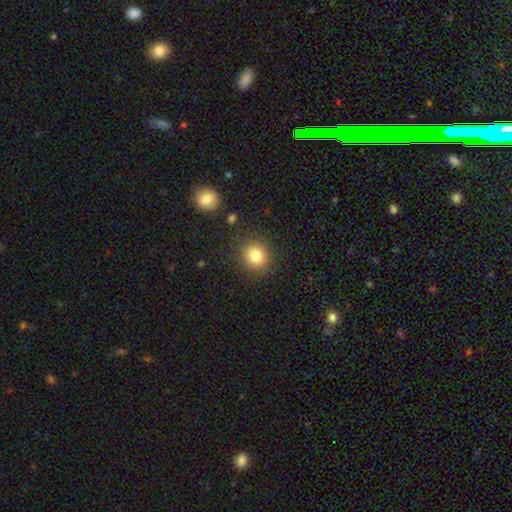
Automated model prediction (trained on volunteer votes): A smooth galaxy with no disk features (82%) that is round (82%). Merging: none (86%).